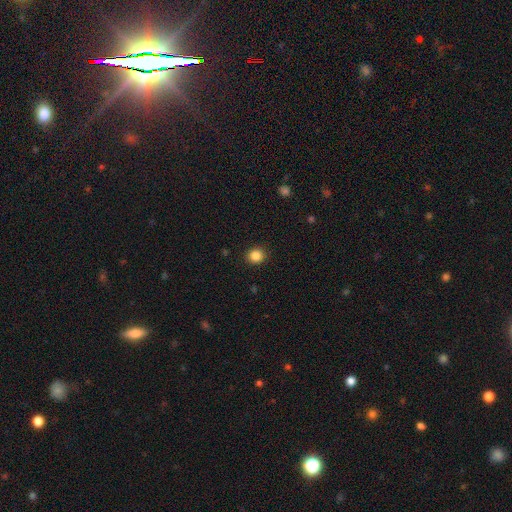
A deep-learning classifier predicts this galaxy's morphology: Smooth or featured?
  - smooth: 85% *
  - star or artifact: 11%
  - featured or disk: 4%
How rounded?
  - round: 85% *
  - in between: 14%
  - cigar-shaped: 1%
Merging?
  - none: 91% *
  - minor disturbance: 6%
  - major disturbance: 2%
  - merger: 1%